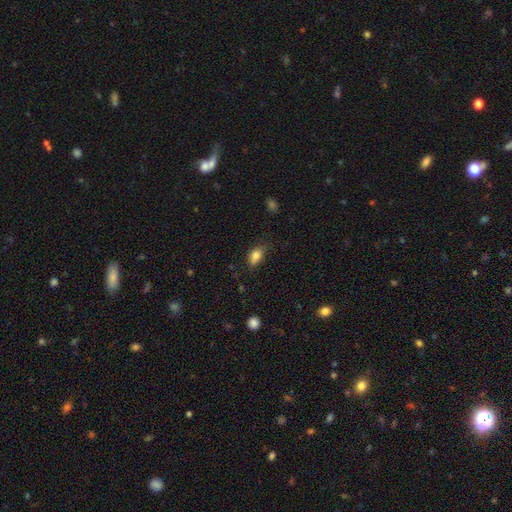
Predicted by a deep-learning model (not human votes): Morphology: type=smooth (82%); roundness=in between (83%); merging=none (60%).